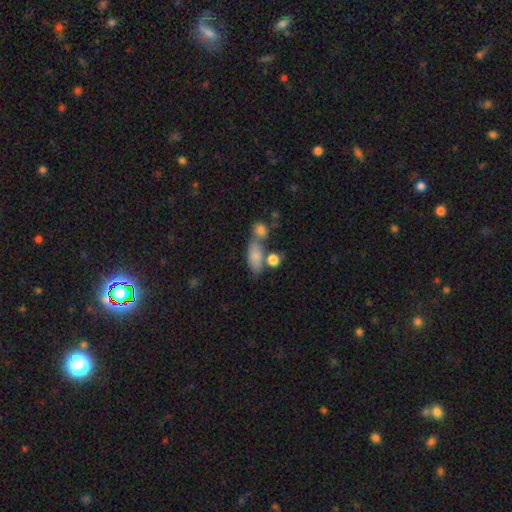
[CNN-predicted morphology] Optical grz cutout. It shows a smooth galaxy with no disk features (79%) that is in between round and cigar-shaped (79%). Merging: none (46%).